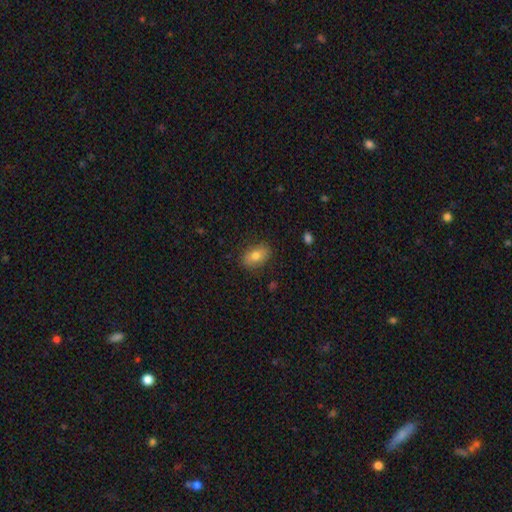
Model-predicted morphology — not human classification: This is likely a smooth galaxy (77%). How rounded: clearly in between (82%). Merging: clearly none (84%).